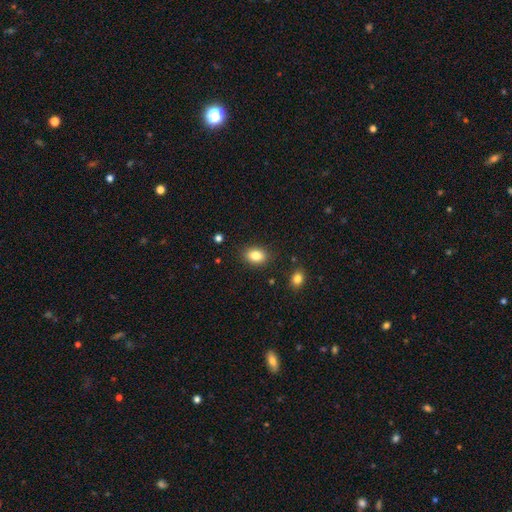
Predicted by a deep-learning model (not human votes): The model was most divided on "how rounded": in between: 80%, round: 19%, cigar-shaped: 1%. More confident: merging — none (86%); smooth or featured — smooth (84%).